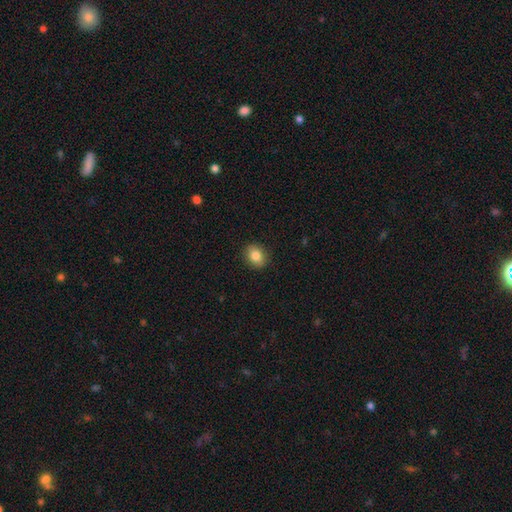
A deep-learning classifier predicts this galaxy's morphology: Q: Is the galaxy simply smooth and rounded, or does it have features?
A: smooth — 84%.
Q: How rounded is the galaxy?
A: round — 51%.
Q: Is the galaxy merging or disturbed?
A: none — 90%.